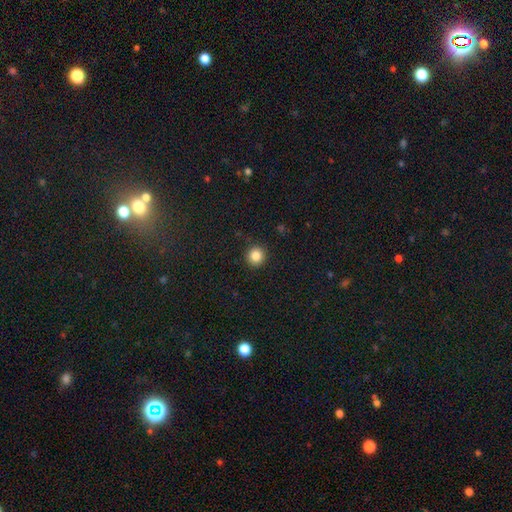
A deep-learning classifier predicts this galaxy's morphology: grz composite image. It shows a smooth galaxy with no disk features (86%) that is round (93%). Merging: none (91%).